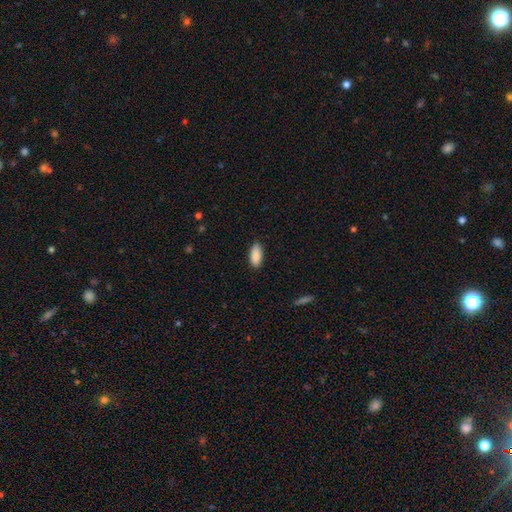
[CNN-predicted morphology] smooth 89%, star or artifact 6%, featured or disk 5%. Down the decision tree: how rounded — in between (87%); merging — none (86%).